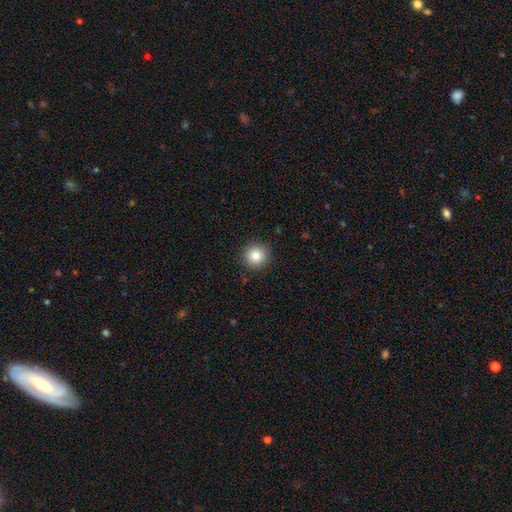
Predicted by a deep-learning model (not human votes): This appears to be a smooth galaxy with no disk features (83%) that is round (95%). Merging: none (92%).